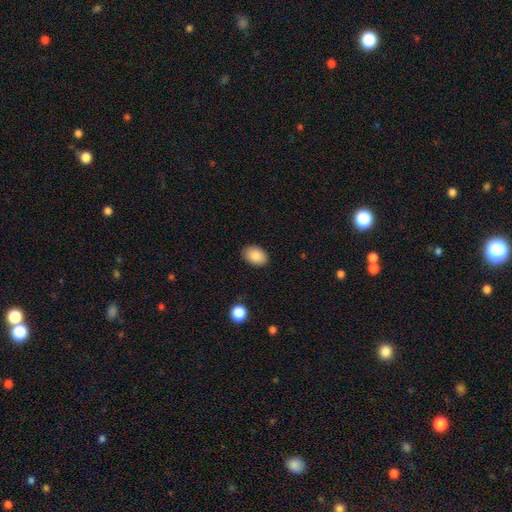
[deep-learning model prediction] Smooth or featured? Predicted: smooth (p=0.87). How rounded? Predicted: in between (p=0.85). Merging? Predicted: none (p=0.87).